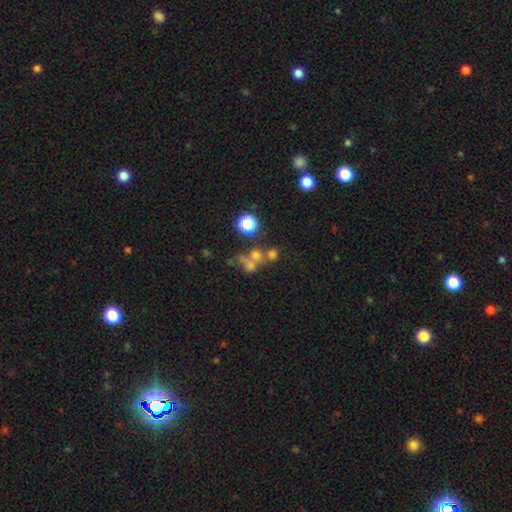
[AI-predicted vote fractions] A smooth galaxy with no disk features (51%) that is round (79%).

Vote fractions:
- Smooth or featured? smooth: 51% / star or artifact: 27% / featured or disk: 22%
- How rounded? round: 79% / in between: 19% / cigar-shaped: 2%
- Merging? merger: 46% / none: 37% / major disturbance: 8% / minor disturbance: 8%